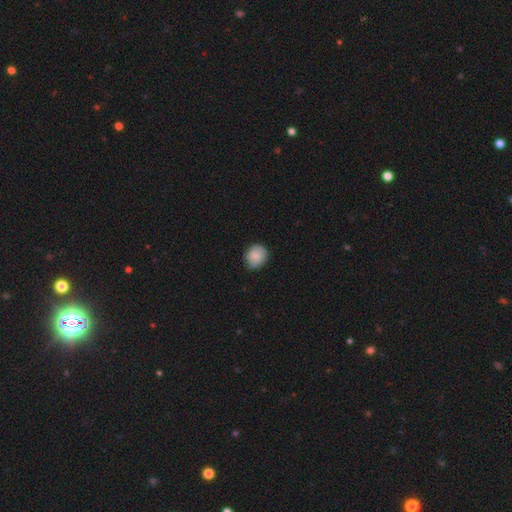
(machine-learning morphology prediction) Q: Smooth or featured?
A: smooth (84%); runner-up: featured or disk (9%)
Q: How rounded?
A: round (75%); runner-up: in between (24%)
Q: Merging?
A: none (77%); runner-up: minor disturbance (20%)